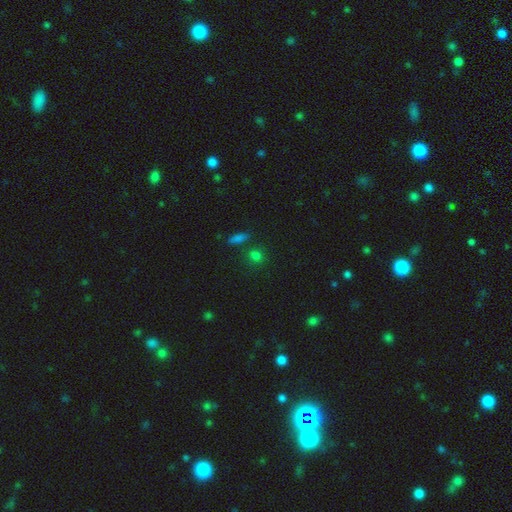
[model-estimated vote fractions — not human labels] This appears to be a smooth galaxy with no disk features (74%) that is round (71%). Merging: none (72%).